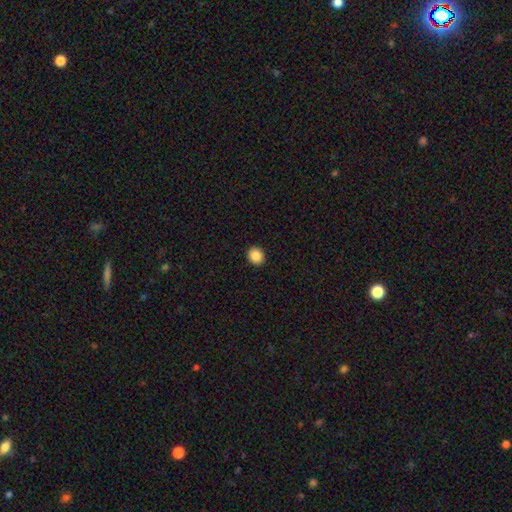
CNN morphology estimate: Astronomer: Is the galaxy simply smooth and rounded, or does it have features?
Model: smooth — 86%.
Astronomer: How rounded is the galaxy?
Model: round — 77%.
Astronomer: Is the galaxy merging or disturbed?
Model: none — 93%.